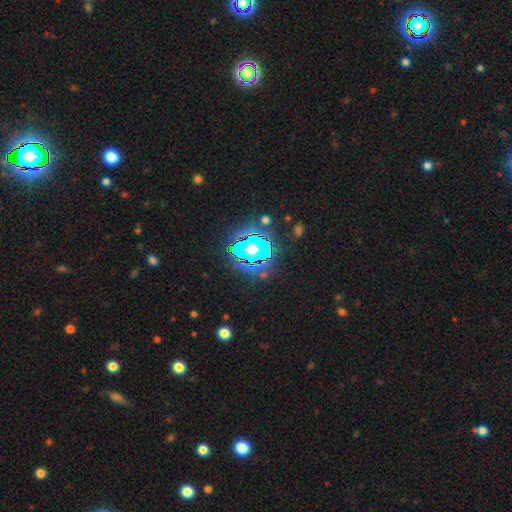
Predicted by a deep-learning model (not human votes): A star or artifact, not a galaxy (79%).

Vote fractions:
- Smooth or featured? star or artifact: 79% / smooth: 12% / featured or disk: 8%